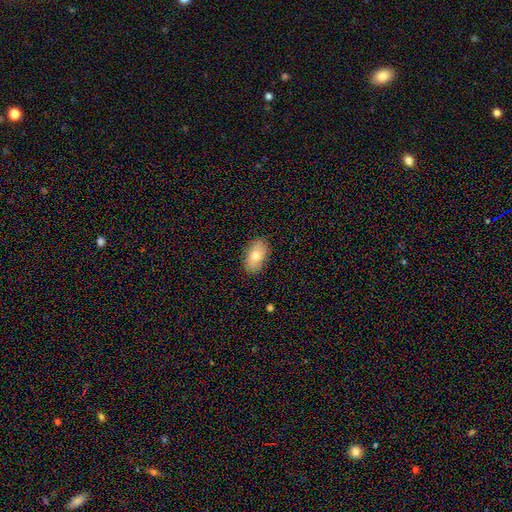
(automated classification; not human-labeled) The model was most divided on "smooth or featured": smooth: 72%, featured or disk: 20%, star or artifact: 8%. More confident: how rounded — in between (92%); merging — none (86%).